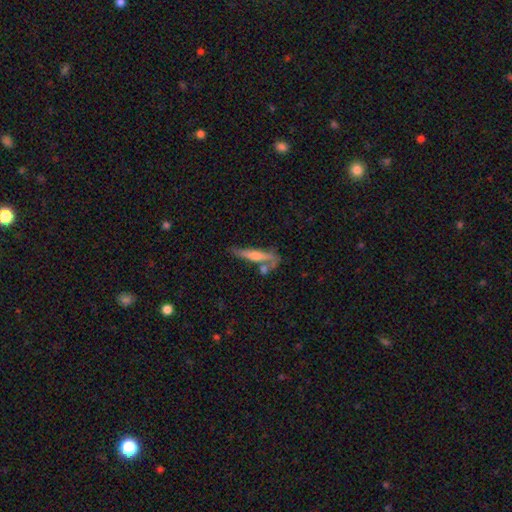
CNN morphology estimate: type=featured or disk (54%); edge-on=yes (86%); merging=none (52%).